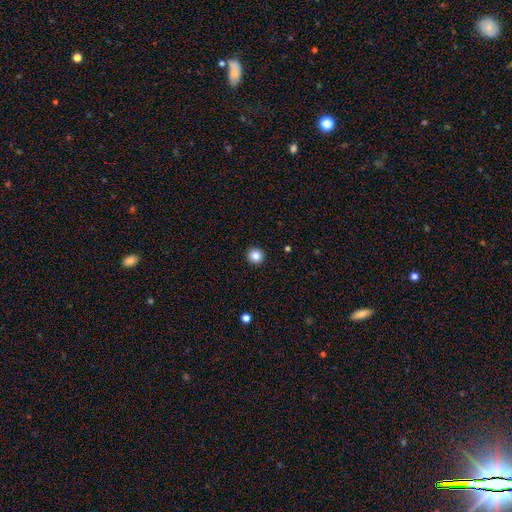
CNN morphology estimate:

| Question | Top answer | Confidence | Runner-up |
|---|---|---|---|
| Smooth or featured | smooth | 84% | star or artifact (11%) |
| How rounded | round | 95% | in between (4%) |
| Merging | none | 94% | minor disturbance (4%) |